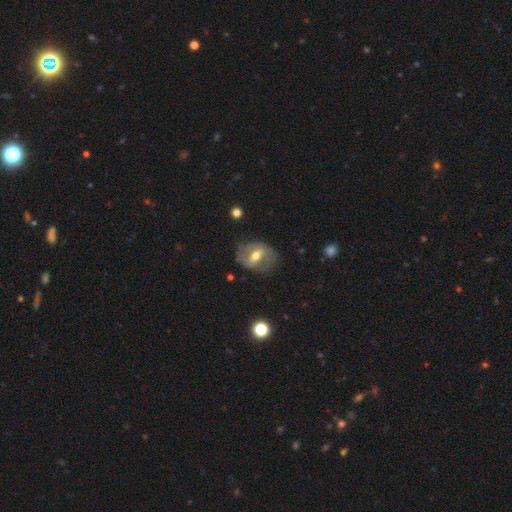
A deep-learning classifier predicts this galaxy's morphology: featured or disk 59%, smooth 34%, star or artifact 8%. Down the decision tree: edge-on disk — no (91%); bar — weak (43%); spiral arms — yes (51%); bulge size — moderate (71%); merging — none (69%).